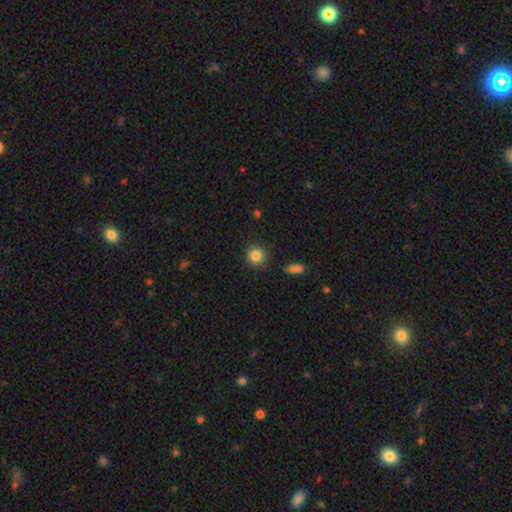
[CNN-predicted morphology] Smooth or featured: smooth — 85% (star or artifact — 10%)
How rounded: round — 92% (in between — 7%)
Merging: none — 87% (minor disturbance — 8%)